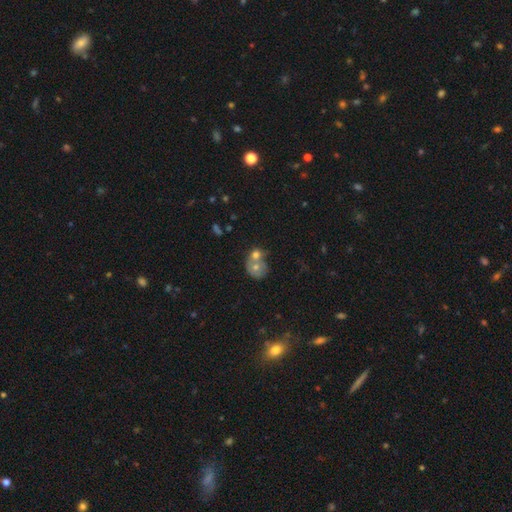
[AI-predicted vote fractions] Overall: smooth (60%; featured or disk 28%). How rounded: round (71%). Merging: merger (60%; none 28%).